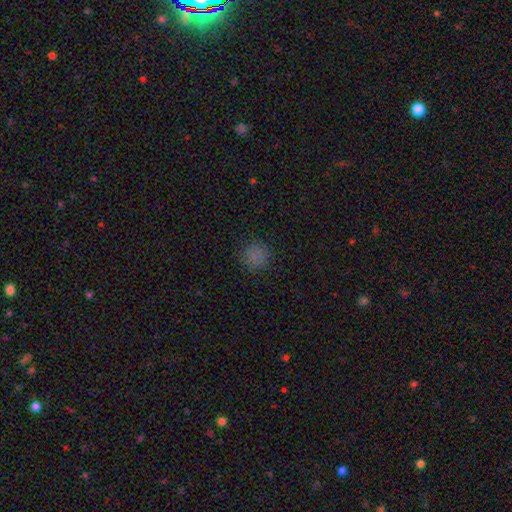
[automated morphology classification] Smooth or featured? smooth (77%)
How rounded? round (91%)
Merging? none (86%)